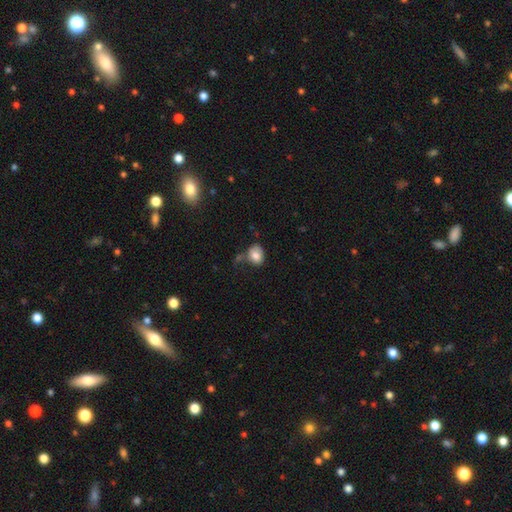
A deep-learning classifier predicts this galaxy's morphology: smooth_or_featured: smooth (p=0.81) [alt: featured or disk p=0.10]
how_rounded: in between (p=0.61) [alt: round p=0.38]
merging: none (p=0.51) [alt: minor disturbance p=0.26]